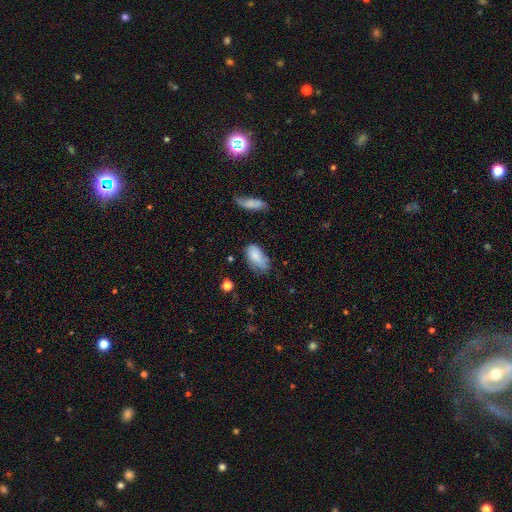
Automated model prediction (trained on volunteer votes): Smooth or featured: smooth — 76% (featured or disk — 16%)
How rounded: in between — 92% (round — 4%)
Merging: none — 44% (minor disturbance — 37%)